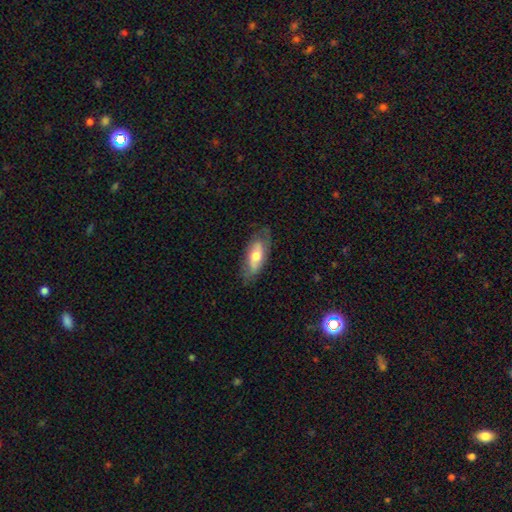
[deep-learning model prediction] Overall: smooth (50%; featured or disk 44%). How rounded: in between (78%). Merging: none (70%).